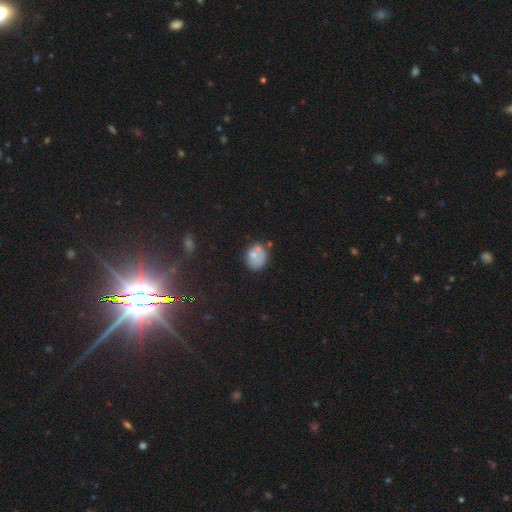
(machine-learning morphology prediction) Overall: smooth (63%; featured or disk 26%). How rounded: round (50%; in between 49%). Merging: none (49%; minor disturbance 22%).